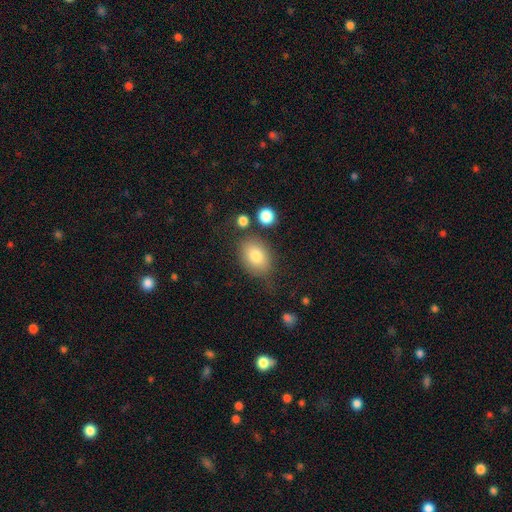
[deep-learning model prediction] Smooth or featured? smooth (80%)
How rounded? in between (69%)
Merging? none (71%)